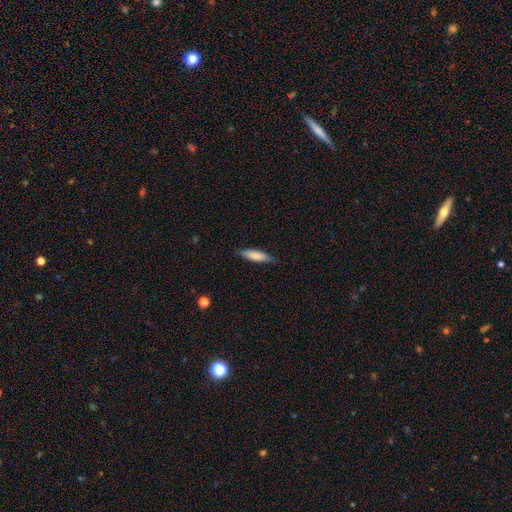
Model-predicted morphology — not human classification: Smooth or featured? smooth (78%)
How rounded? cigar-shaped (68%)
Merging? none (85%)